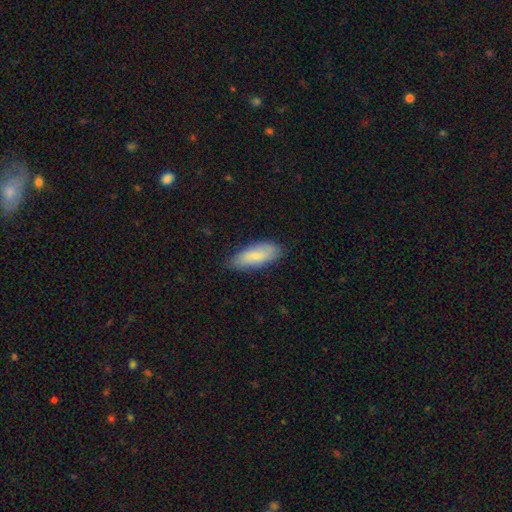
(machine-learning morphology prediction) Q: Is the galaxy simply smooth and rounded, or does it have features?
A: smooth — 78%.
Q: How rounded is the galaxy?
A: in between — 75%.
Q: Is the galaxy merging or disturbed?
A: none — 80%.